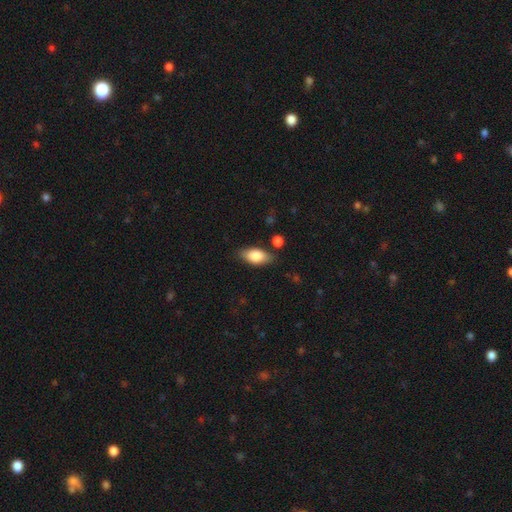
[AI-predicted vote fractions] The model was most divided on "merging": none: 79%, minor disturbance: 14%, merger: 4%, major disturbance: 3%. More confident: how rounded — in between (89%); smooth or featured — smooth (81%).